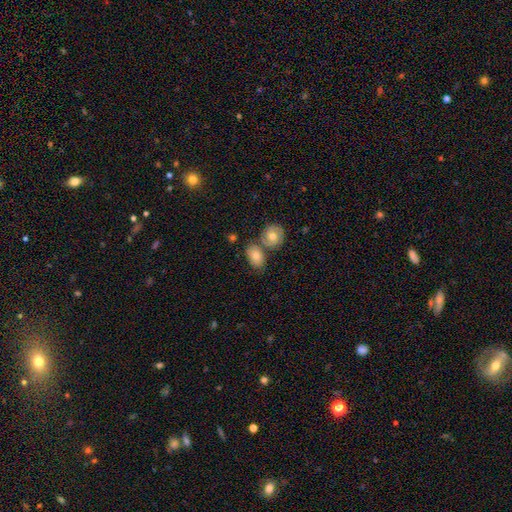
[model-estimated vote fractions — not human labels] The model was most divided on "merging": none: 53%, merger: 28%, minor disturbance: 14%, major disturbance: 4%. More confident: how rounded — in between (81%); smooth or featured — smooth (77%).